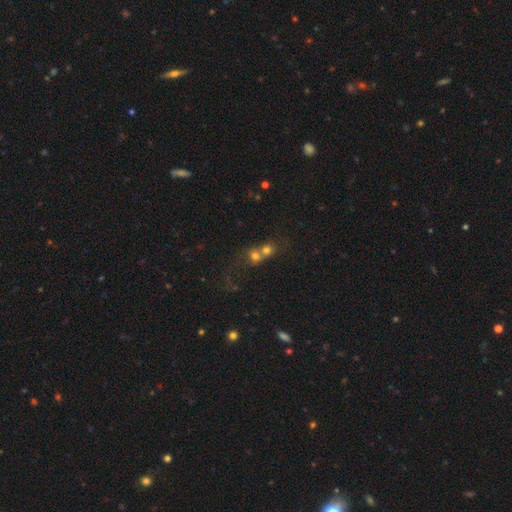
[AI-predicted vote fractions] The model was most divided on "merging": merger: 67%, none: 24%, minor disturbance: 5%, major disturbance: 4%. More confident: how rounded — round (77%); smooth or featured — smooth (66%).